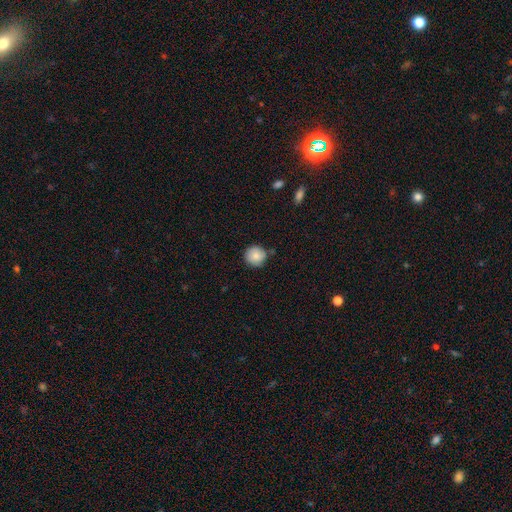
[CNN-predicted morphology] smooth 82%, featured or disk 10%, star or artifact 8%. Down the decision tree: how rounded — round (93%); merging — none (76%).